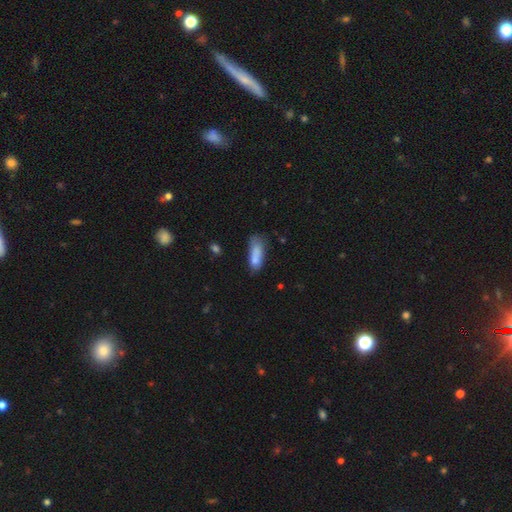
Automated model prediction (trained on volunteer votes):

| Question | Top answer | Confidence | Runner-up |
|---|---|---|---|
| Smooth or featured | smooth | 78% | featured or disk (13%) |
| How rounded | in between | 61% | cigar-shaped (37%) |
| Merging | none | 39% | minor disturbance (33%) |